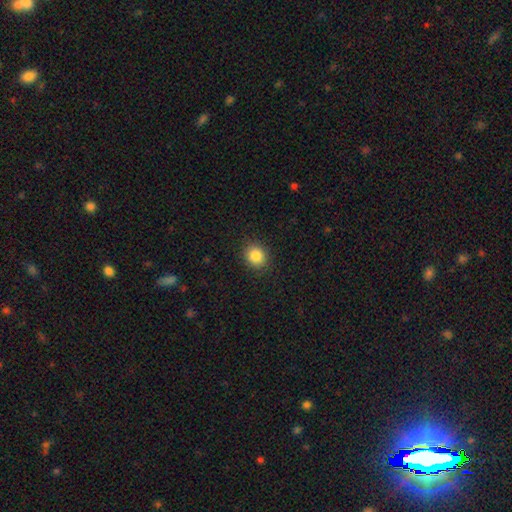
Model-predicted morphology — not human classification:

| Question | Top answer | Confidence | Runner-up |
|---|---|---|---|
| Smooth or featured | smooth | 86% | star or artifact (10%) |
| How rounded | round | 77% | in between (22%) |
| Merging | none | 90% | minor disturbance (7%) |